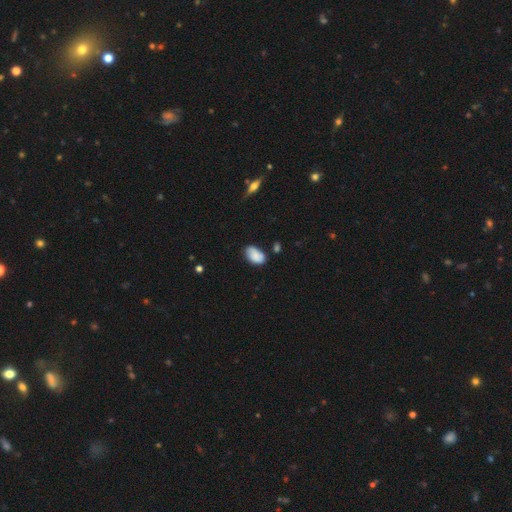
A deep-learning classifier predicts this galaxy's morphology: Smooth or featured? Predicted: smooth (p=0.80). How rounded? Predicted: in between (p=0.93). Merging? Predicted: none (p=0.61).